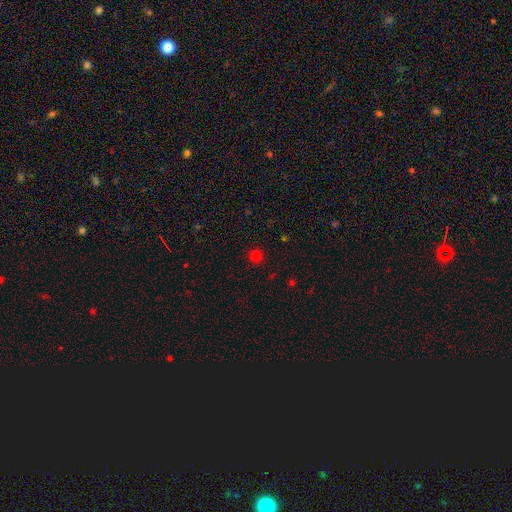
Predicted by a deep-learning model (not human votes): The model was most divided on "smooth or featured": smooth: 77%, star or artifact: 19%, featured or disk: 4%. More confident: how rounded — round (94%); merging — none (91%).